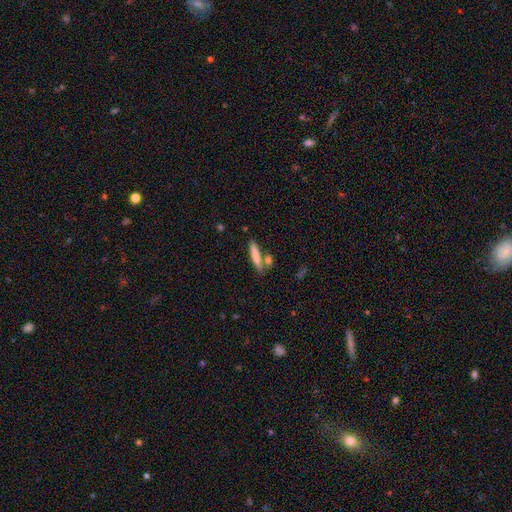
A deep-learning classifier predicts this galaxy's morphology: smooth_or_featured: smooth (p=0.74) [alt: featured or disk p=0.20]
how_rounded: cigar-shaped (p=0.88) [alt: in between p=0.10]
merging: none (p=0.73) [alt: merger p=0.13]